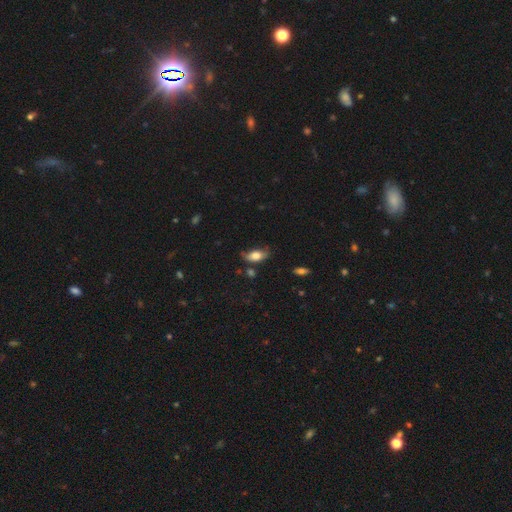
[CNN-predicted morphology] Smooth or featured?
  - smooth: 77% *
  - featured or disk: 16%
  - star or artifact: 7%
How rounded?
  - in between: 88% *
  - cigar-shaped: 8%
  - round: 4%
Merging?
  - none: 61% *
  - minor disturbance: 28%
  - major disturbance: 7%
  - merger: 4%